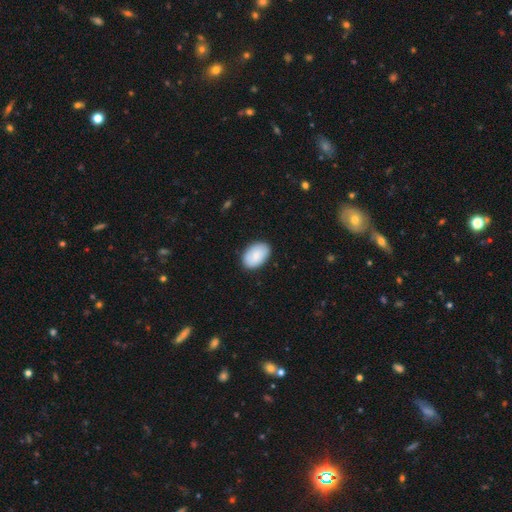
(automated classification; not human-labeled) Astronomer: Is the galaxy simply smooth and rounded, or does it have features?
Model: smooth — 84%.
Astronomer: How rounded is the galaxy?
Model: in between — 91%.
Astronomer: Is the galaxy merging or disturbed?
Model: none — 87%.